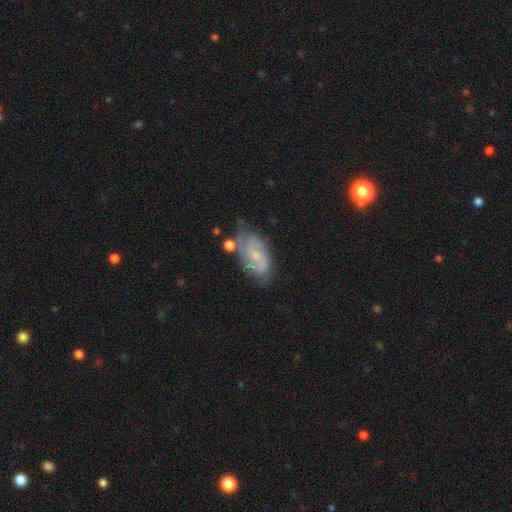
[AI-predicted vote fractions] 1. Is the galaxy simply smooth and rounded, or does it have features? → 67% featured or disk, 26% smooth, 8% star or artifact.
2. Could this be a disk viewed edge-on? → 95% no, 5% yes.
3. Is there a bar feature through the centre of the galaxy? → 60% no, 35% weak, 5% strong.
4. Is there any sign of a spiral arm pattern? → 86% yes, 14% no.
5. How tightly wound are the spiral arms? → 43% medium, 38% tight, 19% loose.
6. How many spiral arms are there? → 60% 2, 25% can't tell, 7% 3, 3% 1, 2% 4, 2% more than 4.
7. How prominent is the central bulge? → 64% small, 24% moderate, 10% none, 1% large, 1% dominant.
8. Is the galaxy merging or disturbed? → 59% none, 25% minor disturbance, 8% major disturbance, 8% merger.